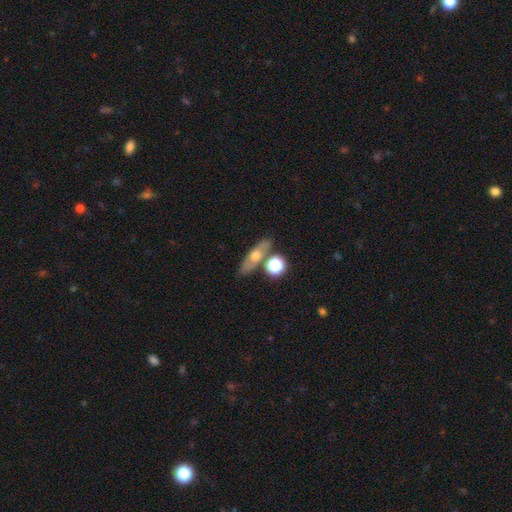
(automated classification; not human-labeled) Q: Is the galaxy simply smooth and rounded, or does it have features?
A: smooth — 49%.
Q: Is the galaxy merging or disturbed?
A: none — 71%.